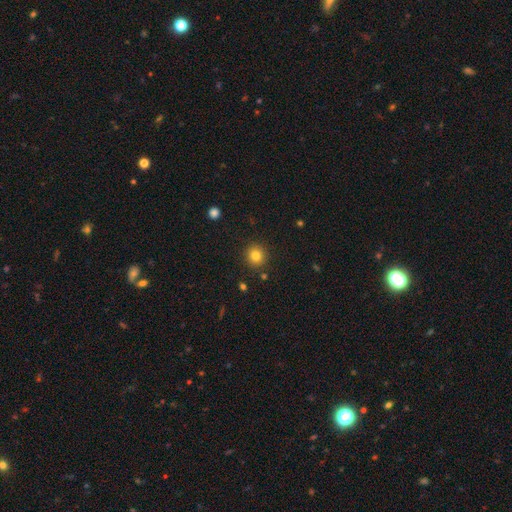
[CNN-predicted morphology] Q: Smooth or featured?
A: smooth (82%); runner-up: star or artifact (12%)
Q: How rounded?
A: round (91%); runner-up: in between (8%)
Q: Merging?
A: none (90%); runner-up: minor disturbance (6%)